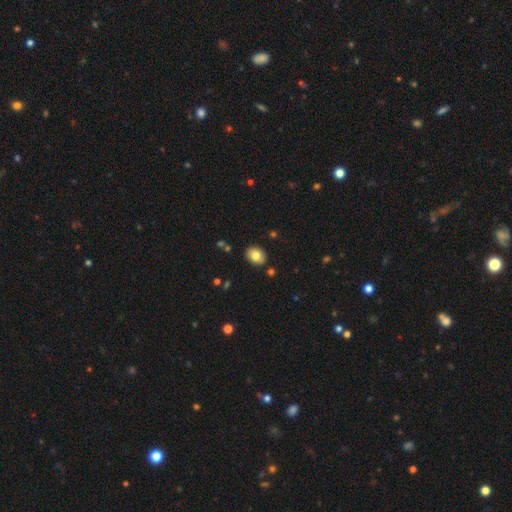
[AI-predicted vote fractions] smooth-or-featured: smooth: 79% | featured or disk: 13% | star or artifact: 9%
  how-rounded: in between: 54% | round: 45% | cigar-shaped: 1%
  merging: none: 87% | minor disturbance: 8% | merger: 2% | major disturbance: 2%